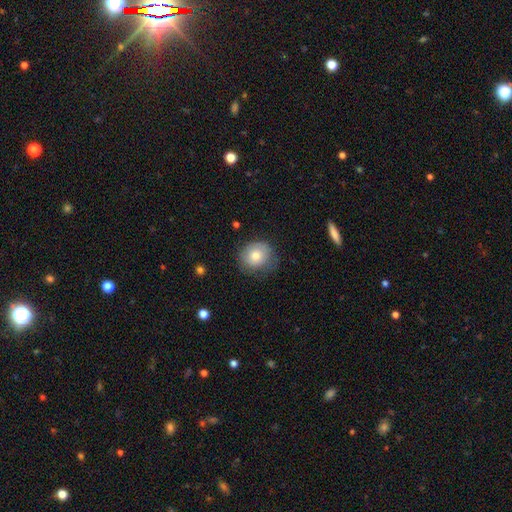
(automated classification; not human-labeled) smooth 72%, featured or disk 19%, star or artifact 8%. Down the decision tree: how rounded — round (81%); merging — none (68%).